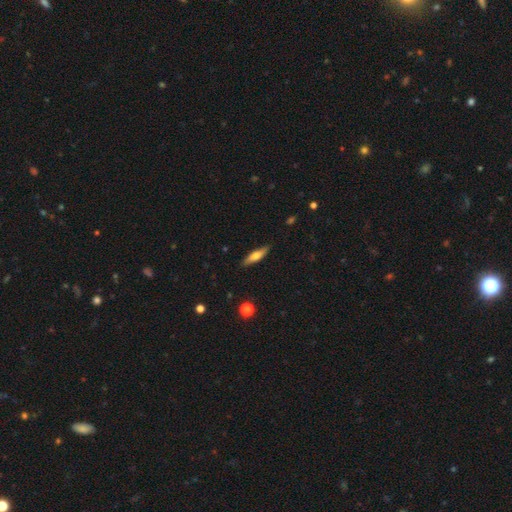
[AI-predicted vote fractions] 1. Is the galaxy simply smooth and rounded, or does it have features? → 59% smooth, 35% featured or disk, 6% star or artifact.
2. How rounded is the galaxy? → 71% cigar-shaped, 27% in between, 2% round.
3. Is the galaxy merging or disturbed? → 87% none, 10% minor disturbance, 2% major disturbance, 1% merger.